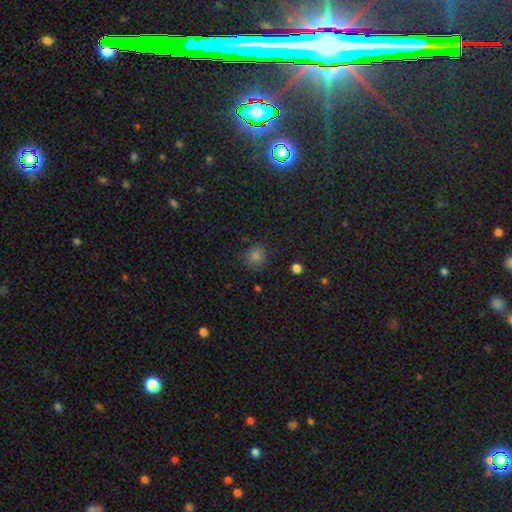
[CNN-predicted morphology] Smooth or featured?
  - smooth: 72% *
  - star or artifact: 23%
  - featured or disk: 5%
How rounded?
  - round: 88% *
  - in between: 11%
  - cigar-shaped: 1%
Merging?
  - none: 85% *
  - minor disturbance: 11%
  - major disturbance: 3%
  - merger: 1%